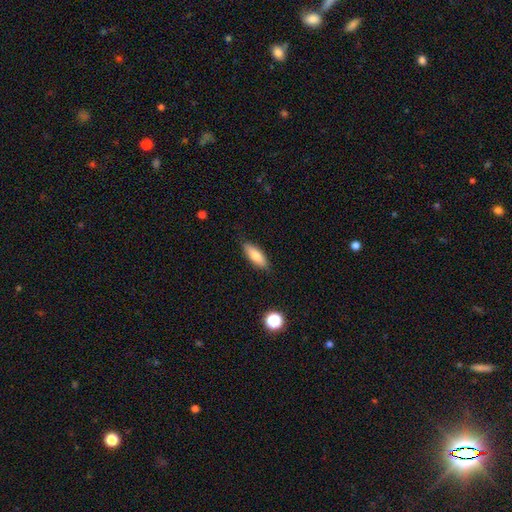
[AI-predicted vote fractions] Overall: smooth (79%). How rounded: in between (63%; cigar-shaped 35%). Merging: none (85%).